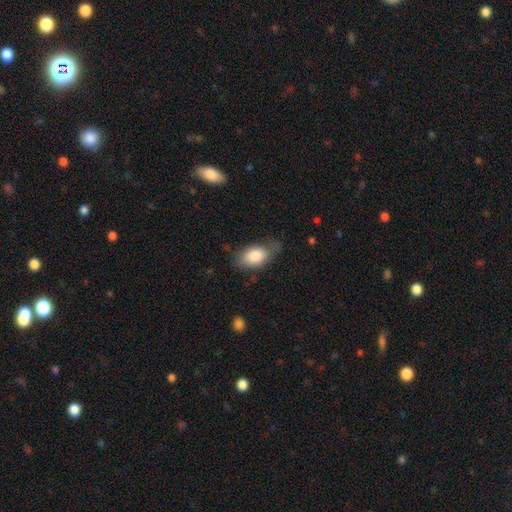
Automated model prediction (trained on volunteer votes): Smooth or featured? Predicted: smooth (p=0.81). How rounded? Predicted: in between (p=0.91). Merging? Predicted: none (p=0.58).